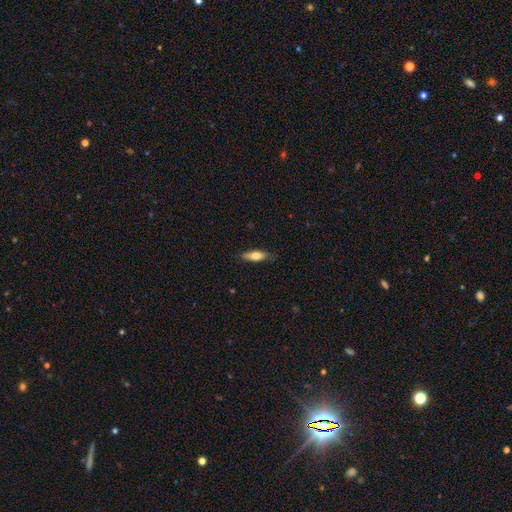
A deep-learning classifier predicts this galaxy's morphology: smooth-or-featured: smooth: 68% | featured or disk: 25% | star or artifact: 6%
  how-rounded: in between: 54% | cigar-shaped: 44% | round: 2%
  merging: none: 82% | minor disturbance: 14% | major disturbance: 3% | merger: 1%